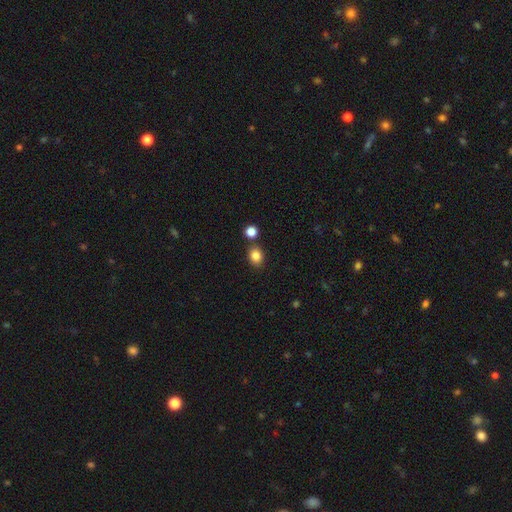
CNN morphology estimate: Smooth or featured: smooth — 84% (star or artifact — 11%)
How rounded: round — 50% (in between — 49%)
Merging: none — 77% (merger — 11%)